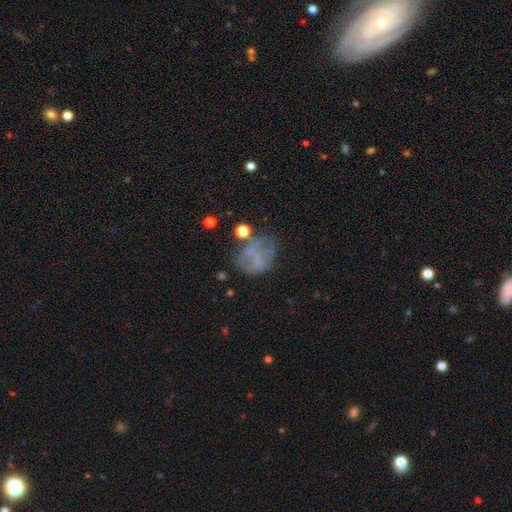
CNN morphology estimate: The model was most divided on "smooth or featured": smooth: 43%, featured or disk: 41%, star or artifact: 16%. Remaining: merging — none (43%).